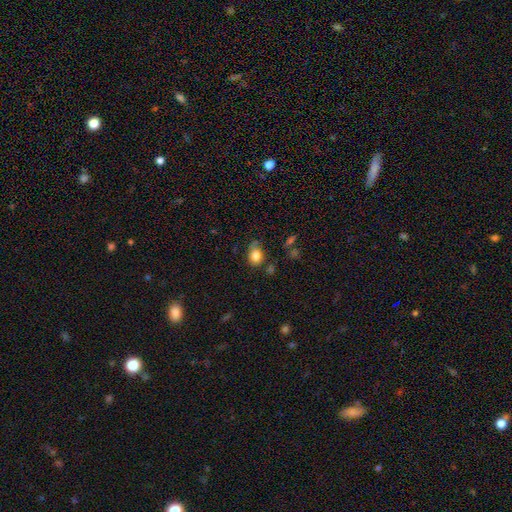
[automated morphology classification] The model was most divided on "how rounded": in between: 58%, round: 41%, cigar-shaped: 1%. More confident: smooth or featured — smooth (82%); merging — none (56%).